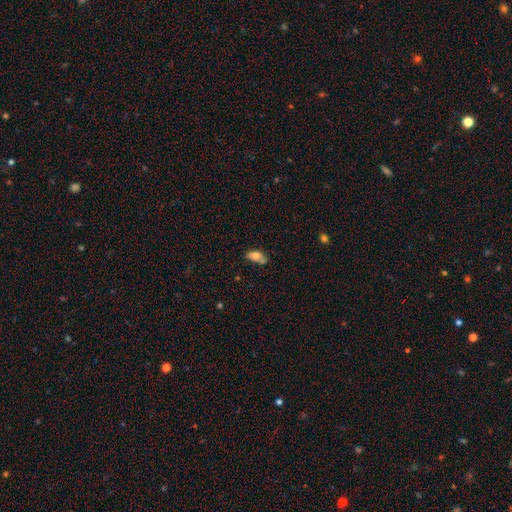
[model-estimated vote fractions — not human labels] Smooth or featured?
  - smooth: 72% *
  - featured or disk: 20%
  - star or artifact: 8%
How rounded?
  - in between: 87% *
  - cigar-shaped: 9%
  - round: 5%
Merging?
  - none: 54% *
  - minor disturbance: 26%
  - merger: 13%
  - major disturbance: 7%